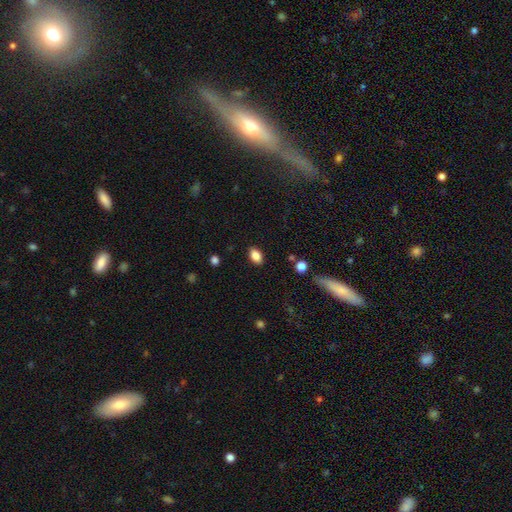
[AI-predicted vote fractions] smooth 86%, star or artifact 9%, featured or disk 6%. Down the decision tree: how rounded — in between (87%); merging — none (87%).